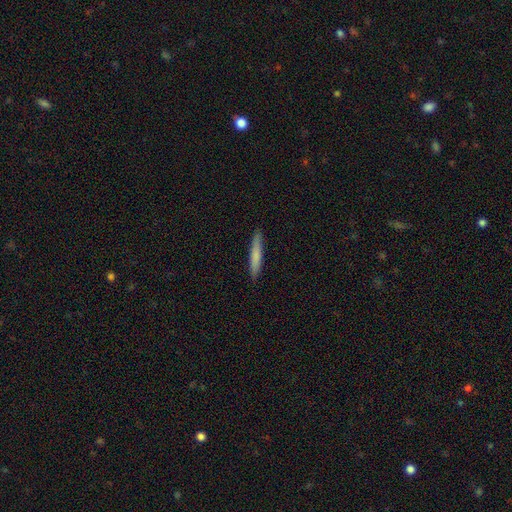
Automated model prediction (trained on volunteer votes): A smooth galaxy with no disk features (73%) that is cigar-shaped (94%).

Vote fractions:
- Smooth or featured? smooth: 73% / featured or disk: 22% / star or artifact: 6%
- How rounded? cigar-shaped: 94% / in between: 4% / round: 1%
- Merging? none: 91% / minor disturbance: 7% / major disturbance: 1% / merger: 1%